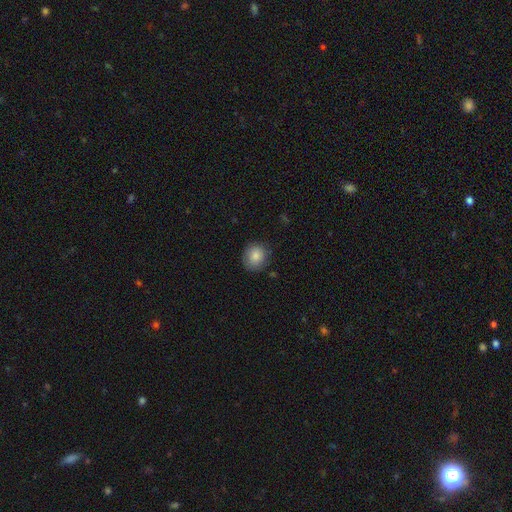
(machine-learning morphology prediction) This appears to be a smooth galaxy with no disk features (85%) that is round (79%). Merging: none (83%).